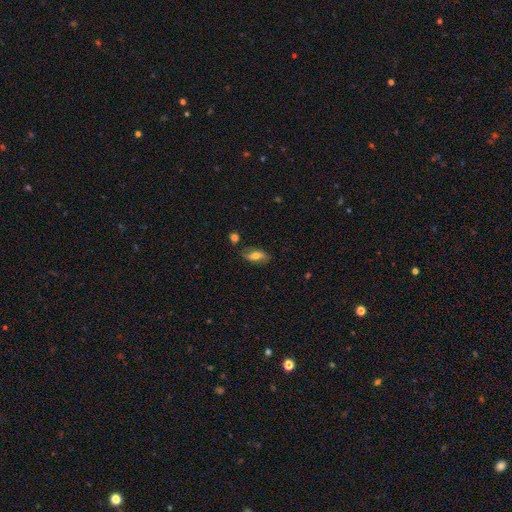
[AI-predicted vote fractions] This is possibly a smooth galaxy (50%). How rounded: clearly in between (80%). Merging: likely none (74%).